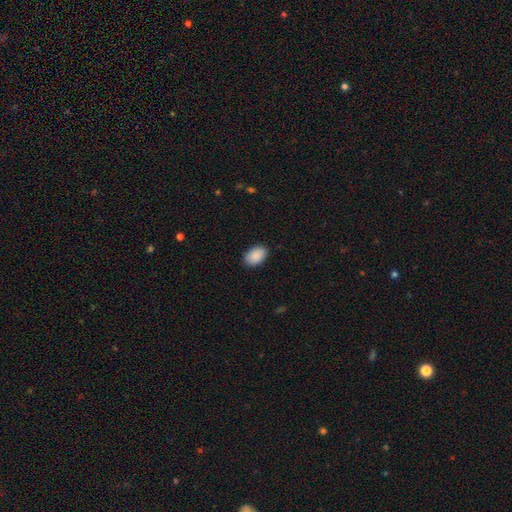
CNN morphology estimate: This is clearly a smooth galaxy (90%). How rounded: clearly in between (88%). Merging: clearly none (87%).